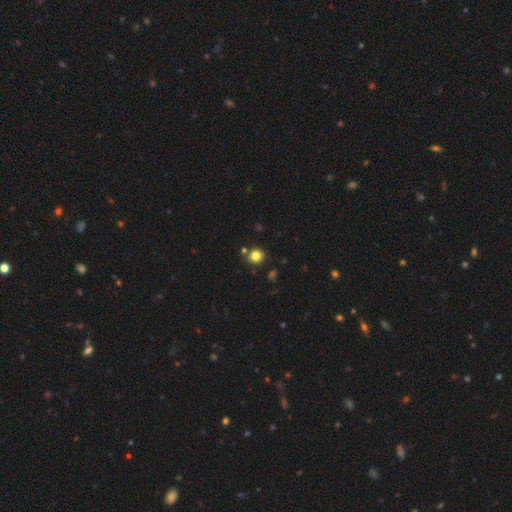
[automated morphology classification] A smooth galaxy with no disk features (81%) that is round (88%).

Vote fractions:
- Smooth or featured? smooth: 81% / star or artifact: 13% / featured or disk: 6%
- How rounded? round: 88% / in between: 11% / cigar-shaped: 1%
- Merging? none: 83% / minor disturbance: 8% / merger: 6% / major disturbance: 2%